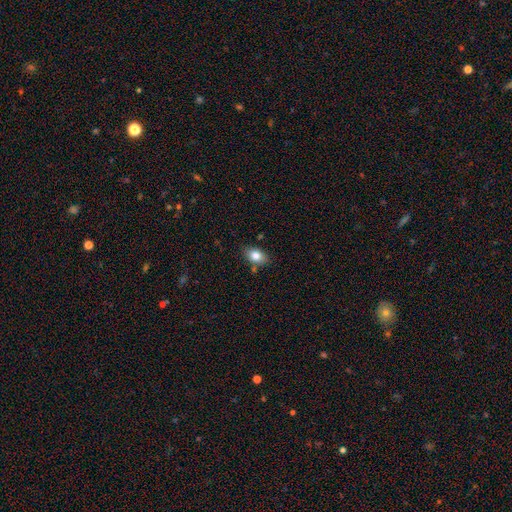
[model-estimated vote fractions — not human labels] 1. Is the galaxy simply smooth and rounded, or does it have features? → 83% smooth, 9% featured or disk, 8% star or artifact.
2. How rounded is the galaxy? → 83% in between, 15% round, 2% cigar-shaped.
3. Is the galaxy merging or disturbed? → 77% none, 15% minor disturbance, 5% merger, 3% major disturbance.